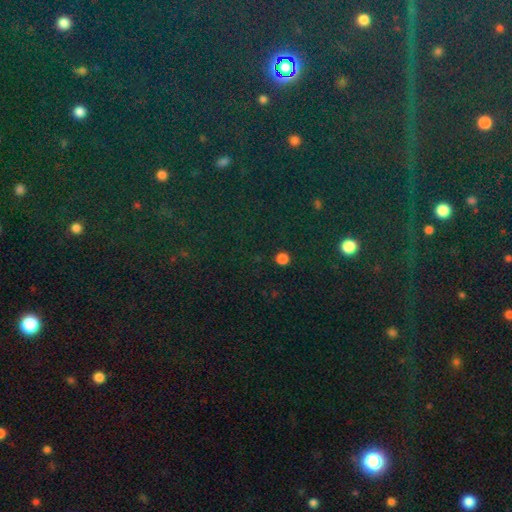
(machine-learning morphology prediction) Overall: star or artifact (79%).